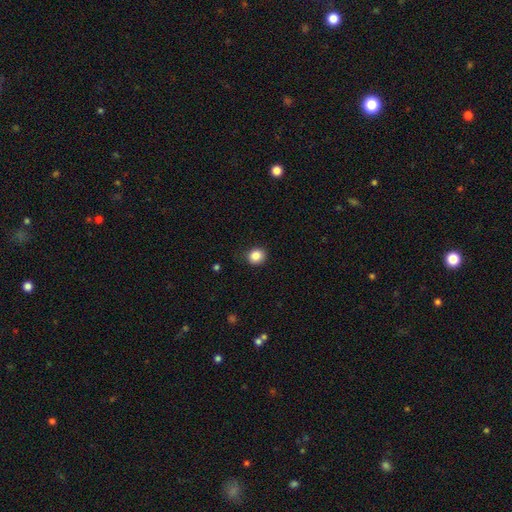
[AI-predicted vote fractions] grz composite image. It shows a smooth galaxy with no disk features (86%) that is round (79%). Merging: none (85%).